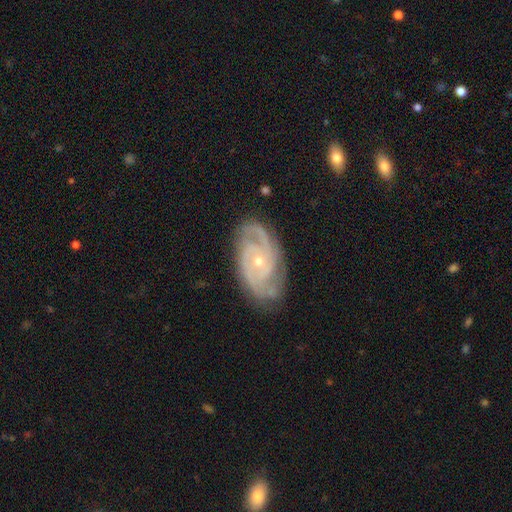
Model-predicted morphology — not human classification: A featured or disk galaxy (87%) with no bar (67%), 2 (48%) tight (70%) spiral arms (98%) and a small central bulge (70%). Merging: none (82%).